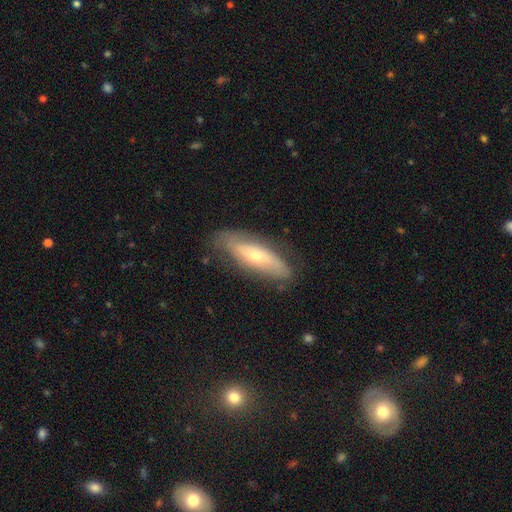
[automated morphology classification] This appears to be a featured or disk galaxy (50%). Merging: none (73%).